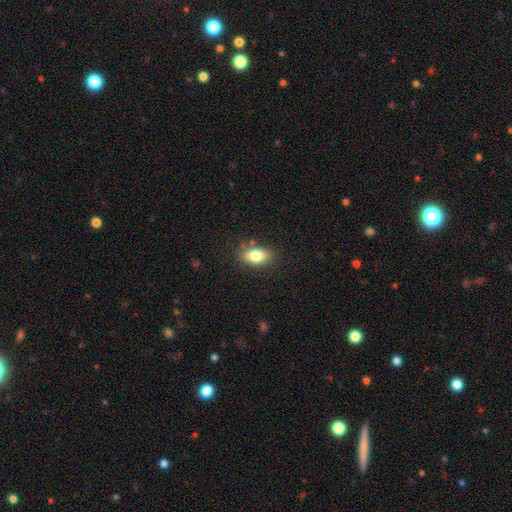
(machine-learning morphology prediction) Smooth or featured?
  - smooth: 80% *
  - featured or disk: 12%
  - star or artifact: 8%
How rounded?
  - in between: 87% *
  - round: 10%
  - cigar-shaped: 4%
Merging?
  - none: 81% *
  - minor disturbance: 13%
  - major disturbance: 3%
  - merger: 3%